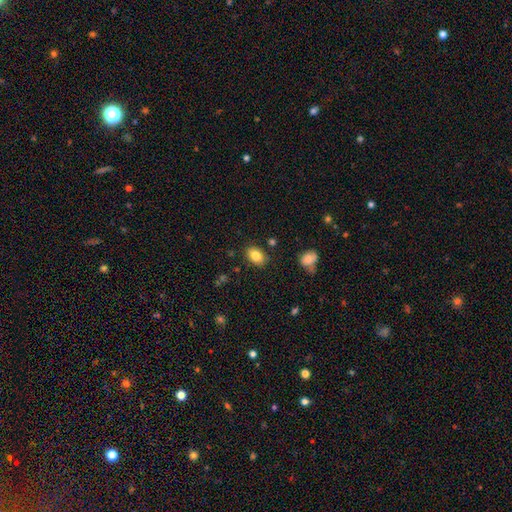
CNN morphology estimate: smooth-or-featured: smooth: 82% | featured or disk: 9% | star or artifact: 9%
  how-rounded: in between: 82% | round: 16% | cigar-shaped: 1%
  merging: none: 84% | minor disturbance: 11% | major disturbance: 3% | merger: 3%